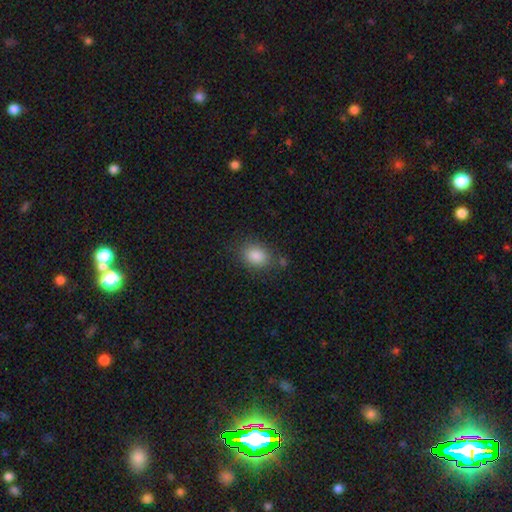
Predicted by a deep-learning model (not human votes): This appears to be a smooth galaxy with no disk features (86%) that is in between round and cigar-shaped (70%). Merging: none (78%).